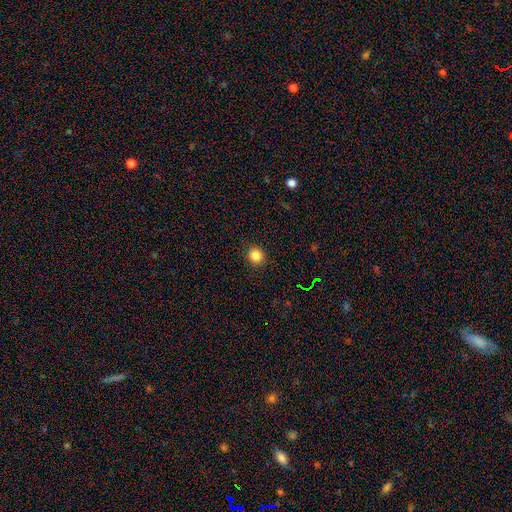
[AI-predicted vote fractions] Morphology: type=smooth (84%); roundness=round (88%); merging=none (91%).